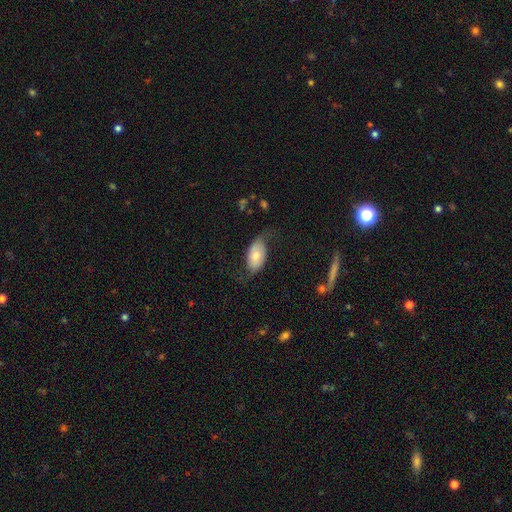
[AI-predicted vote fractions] This is possibly a featured or disk galaxy (49%). Merging: possibly none (58%).